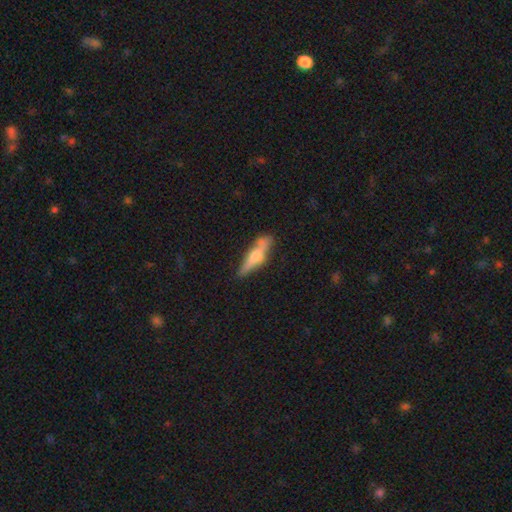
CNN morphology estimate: A featured or disk galaxy (47%). Merging: none (68%).